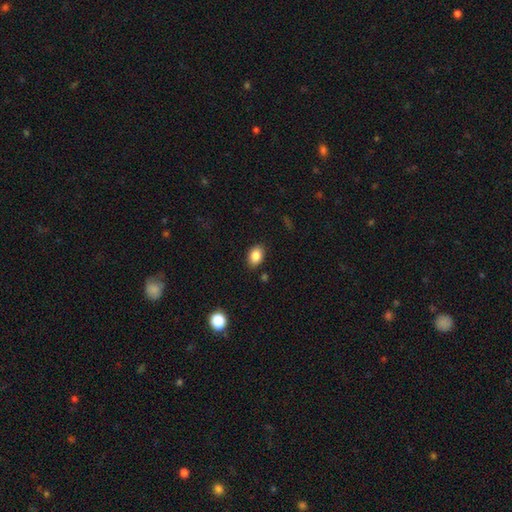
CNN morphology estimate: This is clearly a smooth galaxy (86%). How rounded: clearly in between (81%). Merging: clearly none (86%).